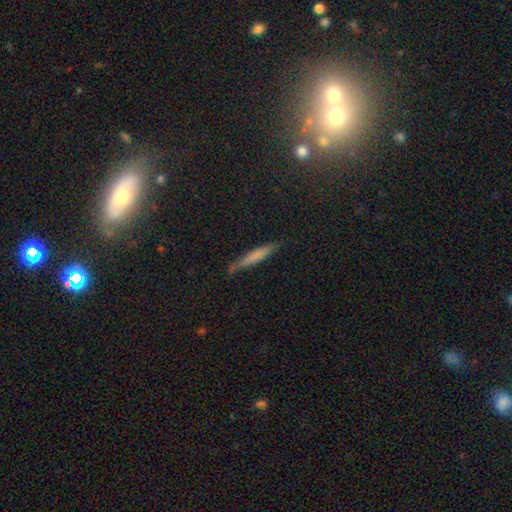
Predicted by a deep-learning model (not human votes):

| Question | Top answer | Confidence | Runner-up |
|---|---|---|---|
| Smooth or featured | smooth | 65% | featured or disk (27%) |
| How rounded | cigar-shaped | 93% | in between (5%) |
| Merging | none | 80% | minor disturbance (15%) |